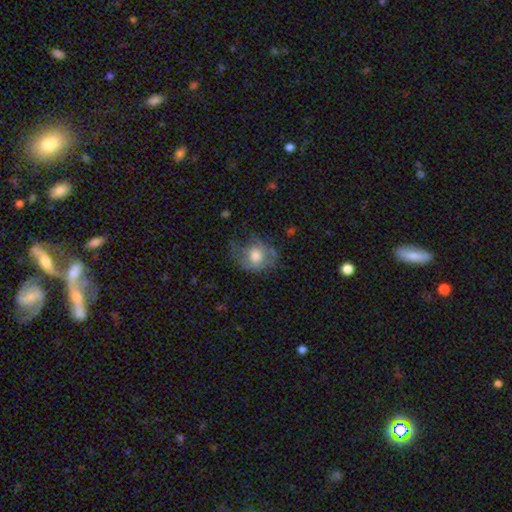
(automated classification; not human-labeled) smooth 54%, featured or disk 38%, star or artifact 8%. Down the decision tree: how rounded — round (62%); merging — none (42%).